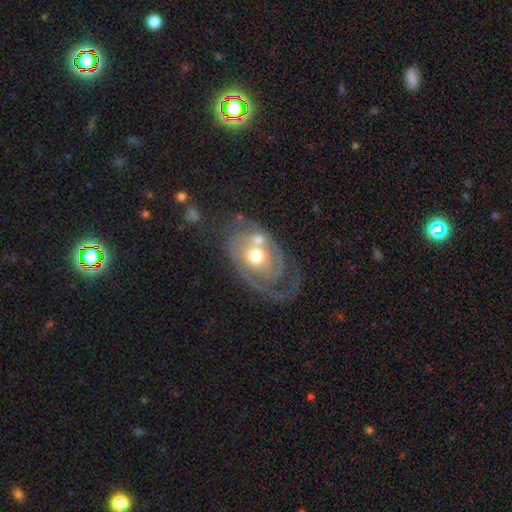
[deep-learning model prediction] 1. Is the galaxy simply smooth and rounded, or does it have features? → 84% featured or disk, 9% smooth, 7% star or artifact.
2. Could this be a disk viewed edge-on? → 96% no, 4% yes.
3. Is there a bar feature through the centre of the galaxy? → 72% no, 22% weak, 7% strong.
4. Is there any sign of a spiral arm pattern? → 90% yes, 10% no.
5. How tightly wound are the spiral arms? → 63% tight, 28% medium, 9% loose.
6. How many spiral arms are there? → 42% 2, 24% can't tell, 17% 1, 10% 3, 4% 4, 4% more than 4.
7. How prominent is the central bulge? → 70% moderate, 21% small, 7% large, 1% none, 1% dominant.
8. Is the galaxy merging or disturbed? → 59% none, 19% minor disturbance, 14% major disturbance, 8% merger.